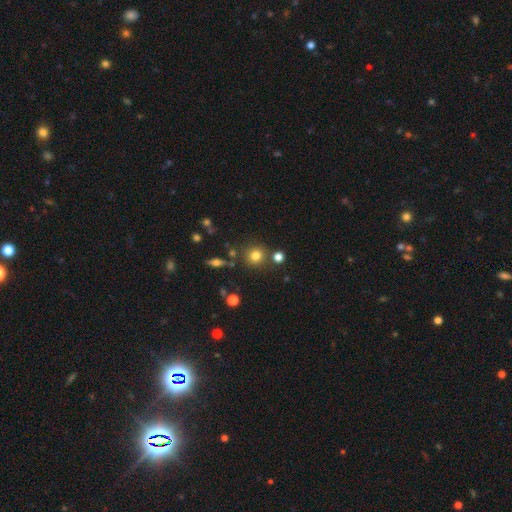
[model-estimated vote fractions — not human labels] smooth-or-featured: smooth: 78% | star or artifact: 13% | featured or disk: 9%
  how-rounded: round: 92% | in between: 7% | cigar-shaped: 1%
  merging: none: 81% | minor disturbance: 8% | merger: 8% | major disturbance: 3%